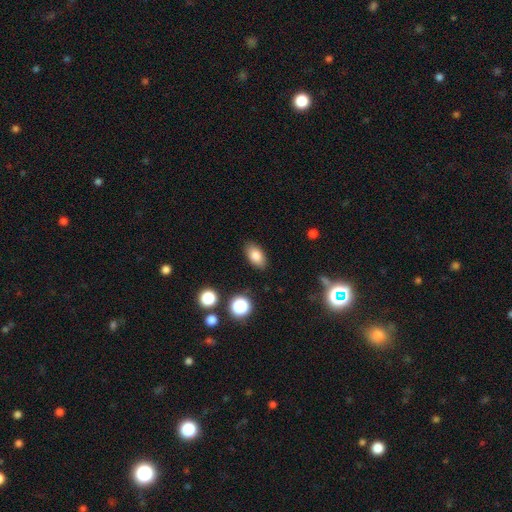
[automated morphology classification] Smooth or featured?
  - smooth: 82% *
  - star or artifact: 9%
  - featured or disk: 9%
How rounded?
  - in between: 90% *
  - round: 7%
  - cigar-shaped: 3%
Merging?
  - none: 86% *
  - minor disturbance: 10%
  - major disturbance: 3%
  - merger: 2%